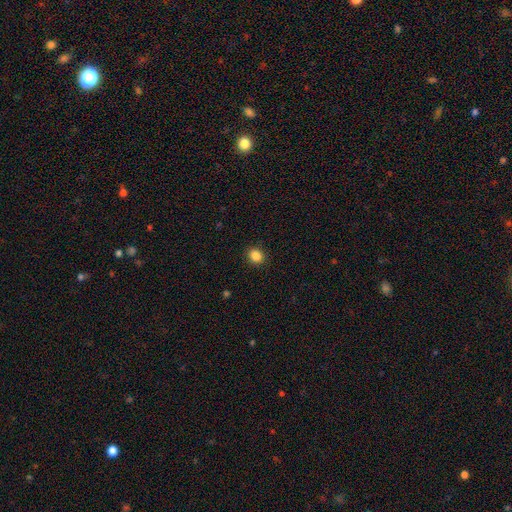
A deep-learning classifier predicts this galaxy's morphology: This is clearly a smooth galaxy (86%). How rounded: likely round (69%). Merging: clearly none (90%).